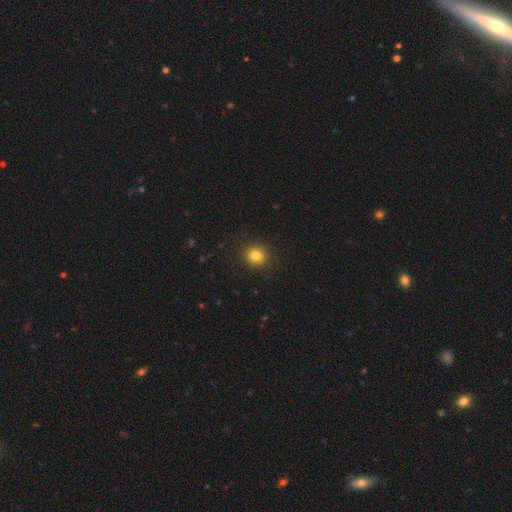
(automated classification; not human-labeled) smooth-or-featured: smooth: 83% | star or artifact: 12% | featured or disk: 6%
  how-rounded: round: 82% | in between: 17% | cigar-shaped: 1%
  merging: none: 91% | minor disturbance: 6% | major disturbance: 2% | merger: 1%